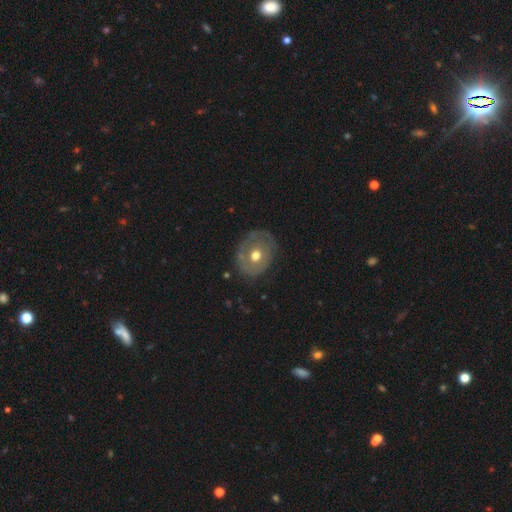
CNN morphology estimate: smooth-or-featured: featured or disk: 52% | smooth: 42% | star or artifact: 7%
  disk-edge-on: no: 95% | yes: 5%
  merging: none: 69% | minor disturbance: 21% | major disturbance: 8% | merger: 2%